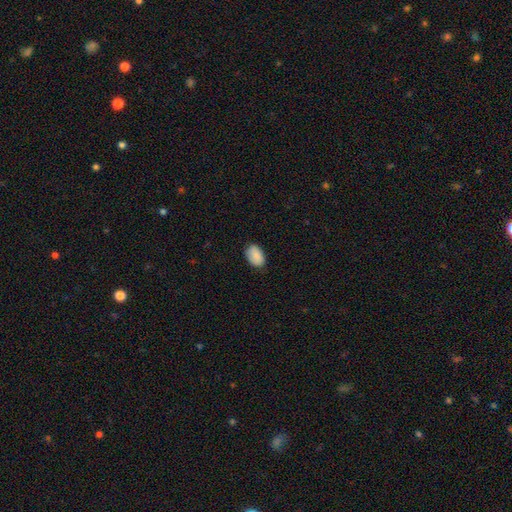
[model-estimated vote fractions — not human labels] smooth-or-featured: smooth: 88% | star or artifact: 7% | featured or disk: 5%
  how-rounded: in between: 89% | round: 10% | cigar-shaped: 1%
  merging: none: 83% | minor disturbance: 14% | major disturbance: 3% | merger: 1%